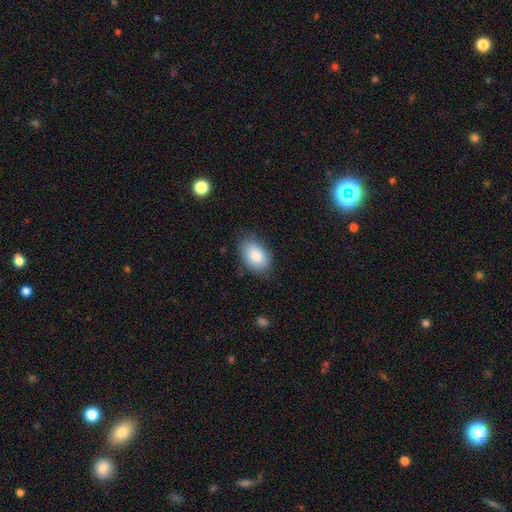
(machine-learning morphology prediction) Overall: smooth (84%). How rounded: in between (88%). Merging: none (78%).